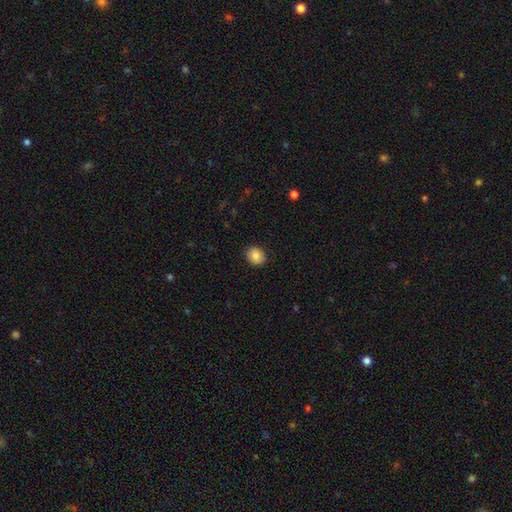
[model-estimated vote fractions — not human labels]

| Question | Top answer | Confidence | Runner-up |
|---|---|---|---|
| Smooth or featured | smooth | 87% | star or artifact (8%) |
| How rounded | round | 63% | in between (36%) |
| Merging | none | 89% | minor disturbance (8%) |